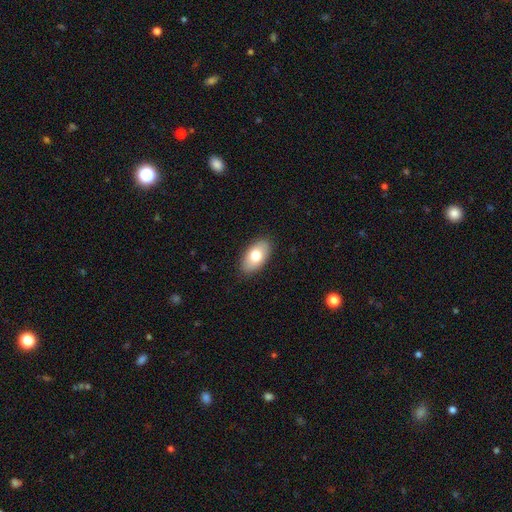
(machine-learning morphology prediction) A smooth galaxy with no disk features (75%) that is in between round and cigar-shaped (94%).

Vote fractions:
- Smooth or featured? smooth: 75% / featured or disk: 18% / star or artifact: 6%
- How rounded? in between: 94% / round: 4% / cigar-shaped: 2%
- Merging? none: 87% / minor disturbance: 9% / major disturbance: 2% / merger: 1%